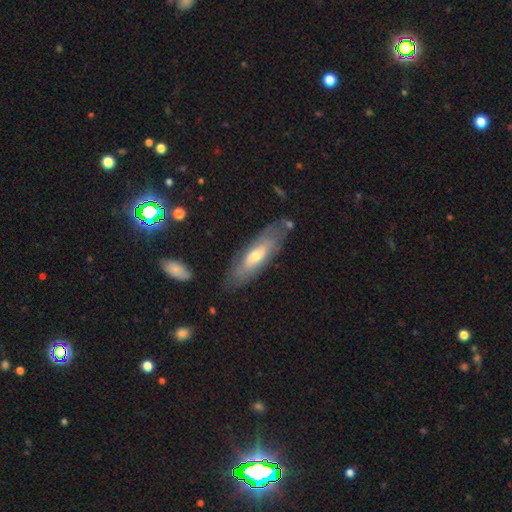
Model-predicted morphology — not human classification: A featured or disk galaxy (50%).

Vote fractions:
- Smooth or featured? featured or disk: 50% / smooth: 44% / star or artifact: 6%
- Edge-on disk? no: 63% / yes: 37%
- Merging? none: 76% / minor disturbance: 16% / major disturbance: 5% / merger: 3%